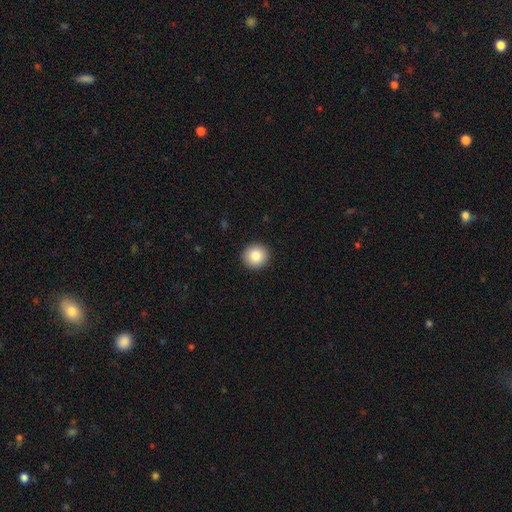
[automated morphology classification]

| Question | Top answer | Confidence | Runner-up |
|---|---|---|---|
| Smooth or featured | smooth | 85% | star or artifact (9%) |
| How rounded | round | 93% | in between (6%) |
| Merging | none | 93% | minor disturbance (4%) |